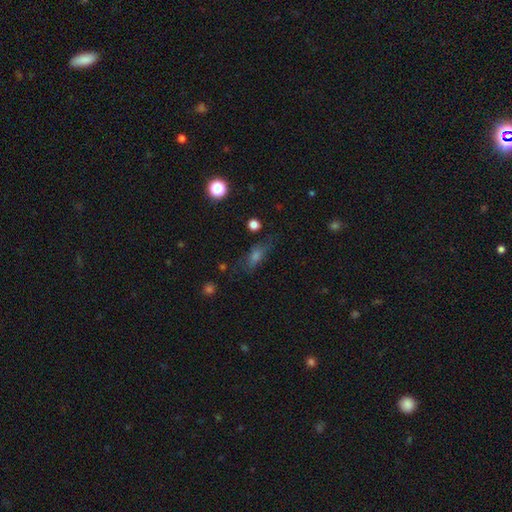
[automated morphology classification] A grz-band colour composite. It shows a smooth galaxy with no disk features (49%). Merging: none (70%).